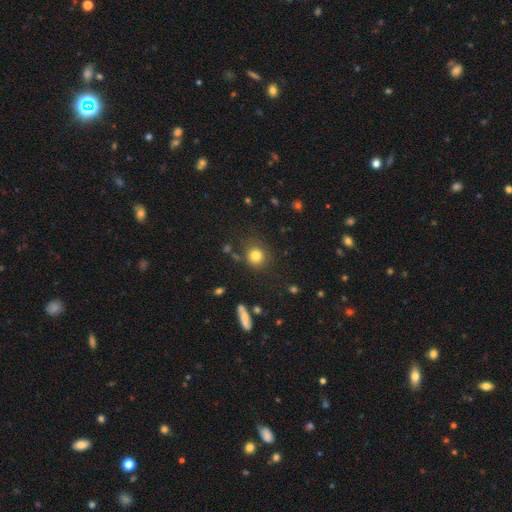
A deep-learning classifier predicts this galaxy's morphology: A smooth galaxy with no disk features (81%) that is round (87%). Merging: none (79%).